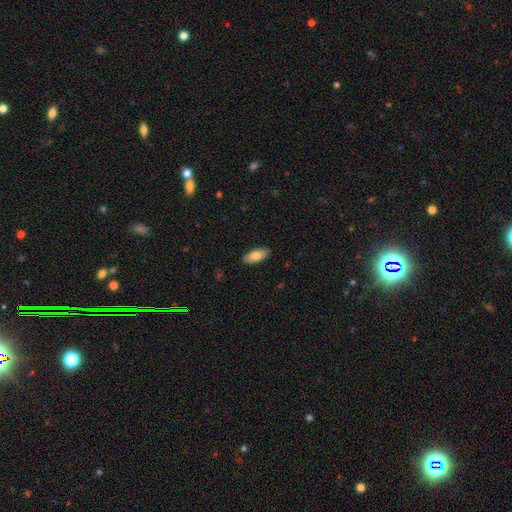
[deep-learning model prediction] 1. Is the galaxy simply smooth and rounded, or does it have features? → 83% smooth, 11% featured or disk, 6% star or artifact.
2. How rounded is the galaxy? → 84% in between, 14% cigar-shaped, 2% round.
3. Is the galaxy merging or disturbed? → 89% none, 8% minor disturbance, 2% major disturbance, 1% merger.